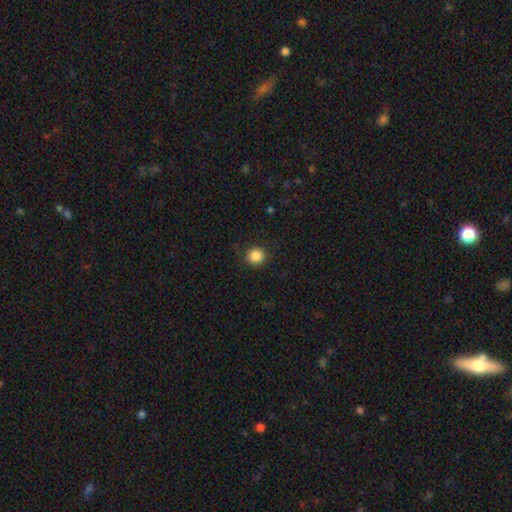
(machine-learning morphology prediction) A smooth galaxy with no disk features (86%) that is round (94%). Merging: none (90%).